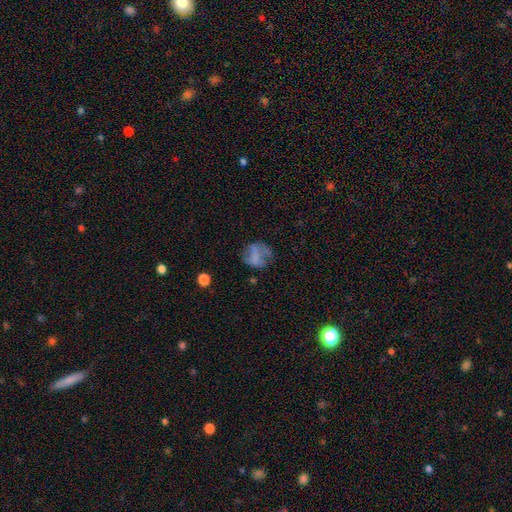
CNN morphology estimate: smooth_or_featured: smooth (p=0.53) [alt: featured or disk p=0.34]
how_rounded: round (p=0.60) [alt: in between p=0.38]
merging: none (p=0.53) [alt: minor disturbance p=0.23]